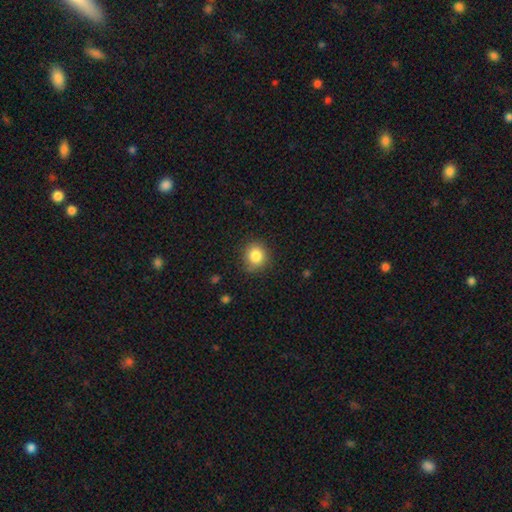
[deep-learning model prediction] Smooth or featured? smooth (84%)
How rounded? round (84%)
Merging? none (85%)